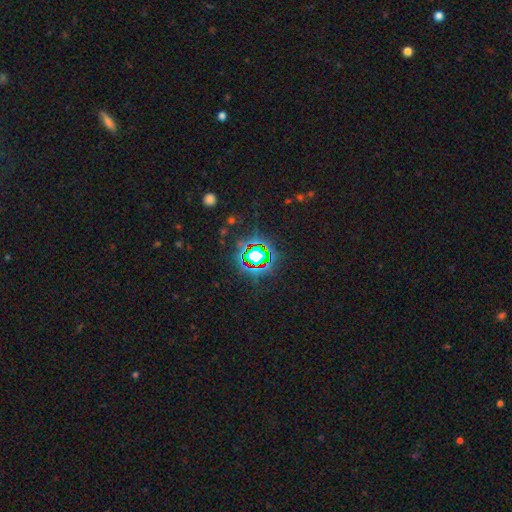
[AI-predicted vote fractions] A star or artifact, not a galaxy (74%).